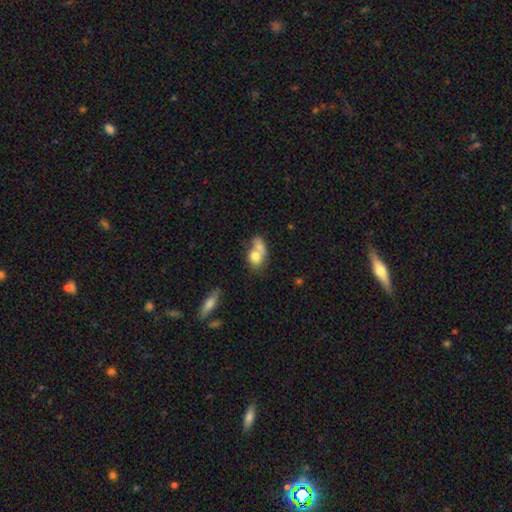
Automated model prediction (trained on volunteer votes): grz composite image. It shows a smooth galaxy with no disk features (71%) that is in between round and cigar-shaped (59%). Merging: merger (65%).